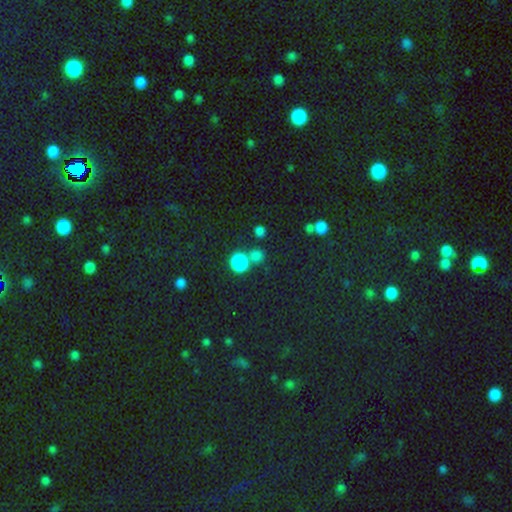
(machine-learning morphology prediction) Smooth or featured: smooth — 67% (star or artifact — 27%)
How rounded: round — 84% (in between — 14%)
Merging: none — 65% (merger — 22%)